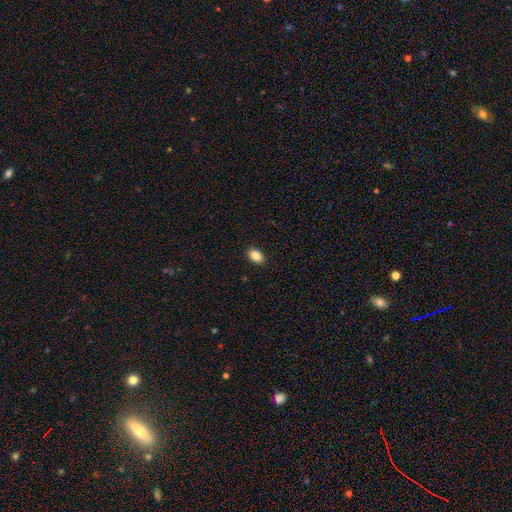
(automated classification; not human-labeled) Morphology: type=smooth (87%); roundness=in between (89%); merging=none (90%).